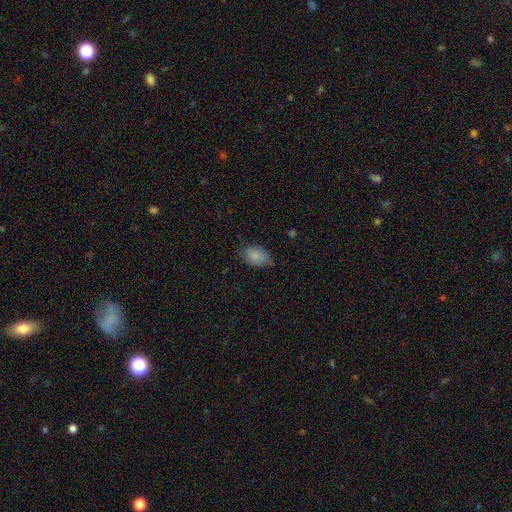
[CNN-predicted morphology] A smooth galaxy with no disk features (84%) that is in between round and cigar-shaped (86%). Merging: none (60%).